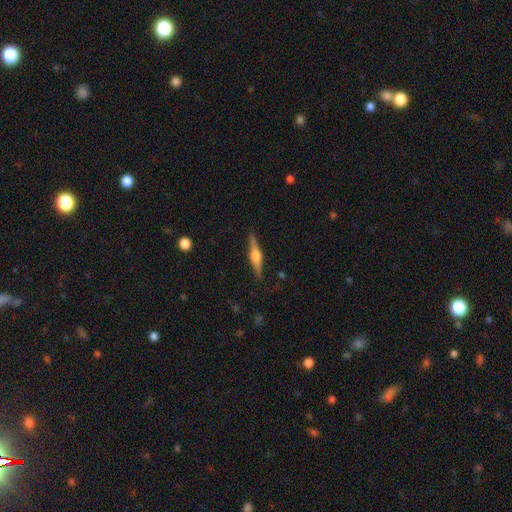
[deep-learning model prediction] Q: Smooth or featured?
A: featured or disk (66%); runner-up: smooth (28%)
Q: Edge-on disk?
A: yes (97%); runner-up: no (3%)
Q: Edge-on bulge?
A: rounded (86%); runner-up: boxy (11%)
Q: Merging?
A: none (88%); runner-up: minor disturbance (9%)